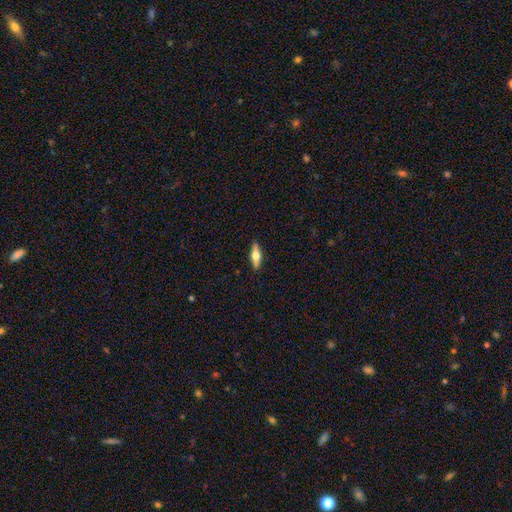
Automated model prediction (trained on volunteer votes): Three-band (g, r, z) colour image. It shows a featured or disk galaxy (54%) viewed edge-on (93%). Merging: none (90%).